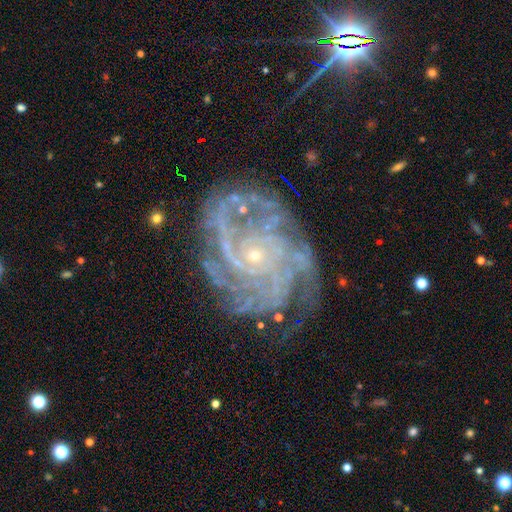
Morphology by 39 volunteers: A featured or disk galaxy (97%) with no bar (84%), 3 (54%) tight (73%) spiral arms (97%) and a small central bulge (92%). Merging: none (61%).